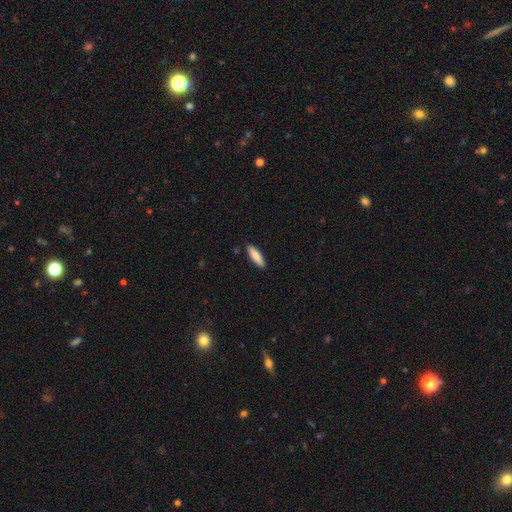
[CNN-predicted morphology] A smooth galaxy with no disk features (86%) that is cigar-shaped (65%).

Vote fractions:
- Smooth or featured? smooth: 86% / featured or disk: 8% / star or artifact: 6%
- How rounded? cigar-shaped: 65% / in between: 34% / round: 1%
- Merging? none: 89% / minor disturbance: 8% / major disturbance: 2% / merger: 1%